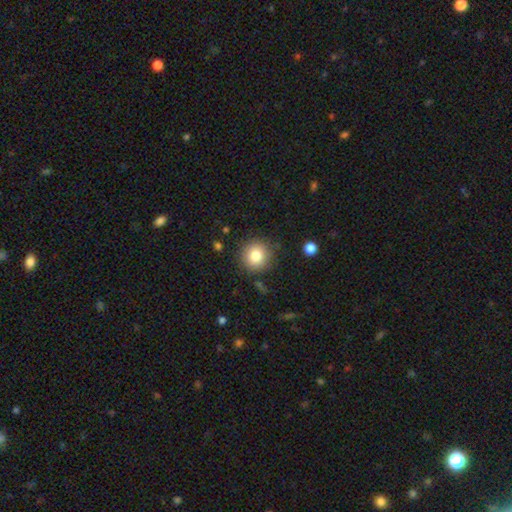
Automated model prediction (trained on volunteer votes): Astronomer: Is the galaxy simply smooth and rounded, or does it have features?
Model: smooth — 83%.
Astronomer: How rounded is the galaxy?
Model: round — 91%.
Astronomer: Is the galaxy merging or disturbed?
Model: none — 87%.